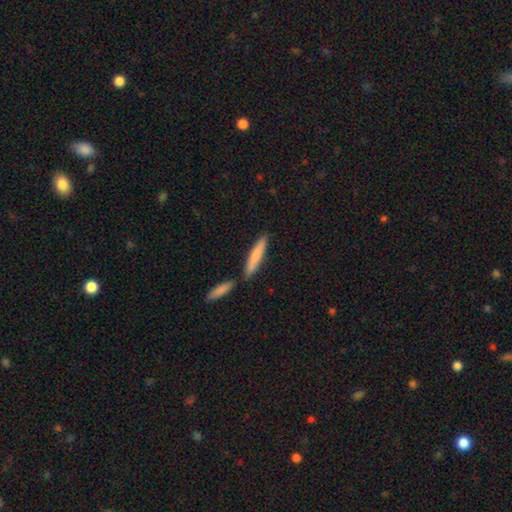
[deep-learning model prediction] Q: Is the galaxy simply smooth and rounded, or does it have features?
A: smooth — 77%.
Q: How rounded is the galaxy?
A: cigar-shaped — 90%.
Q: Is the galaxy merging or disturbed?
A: none — 73%.